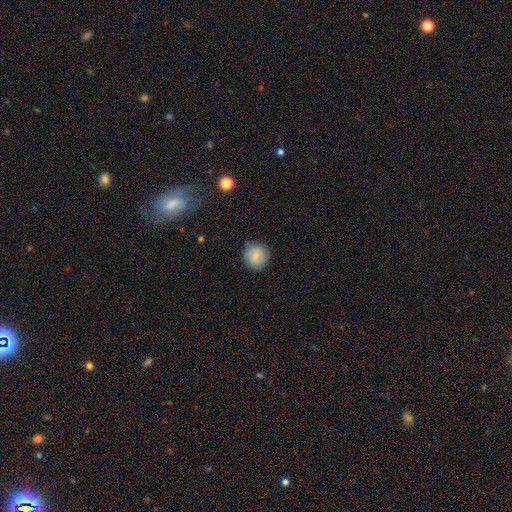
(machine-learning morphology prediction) A smooth galaxy with no disk features (77%) that is round (88%). Merging: none (73%).